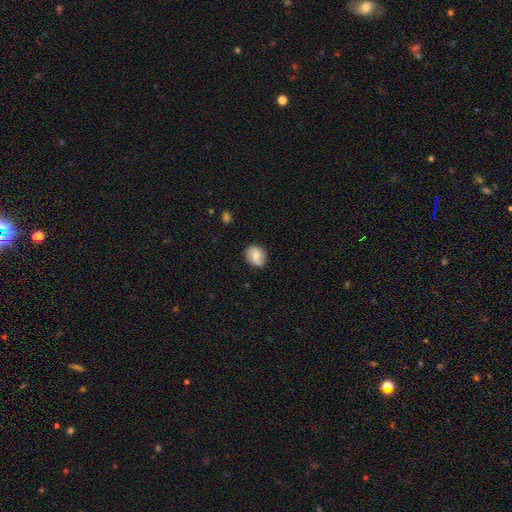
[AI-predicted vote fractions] Smooth or featured?
  - smooth: 62% *
  - featured or disk: 30%
  - star or artifact: 8%
How rounded?
  - round: 60% *
  - in between: 39%
  - cigar-shaped: 1%
Merging?
  - none: 80% *
  - minor disturbance: 15%
  - major disturbance: 3%
  - merger: 1%